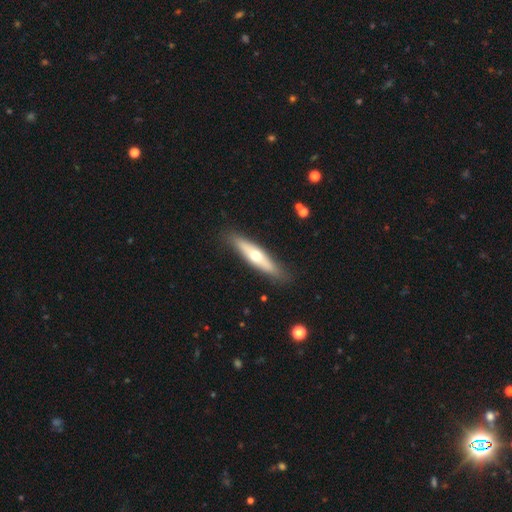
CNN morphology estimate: This is possibly a featured or disk galaxy (49%). Merging: clearly none (86%).